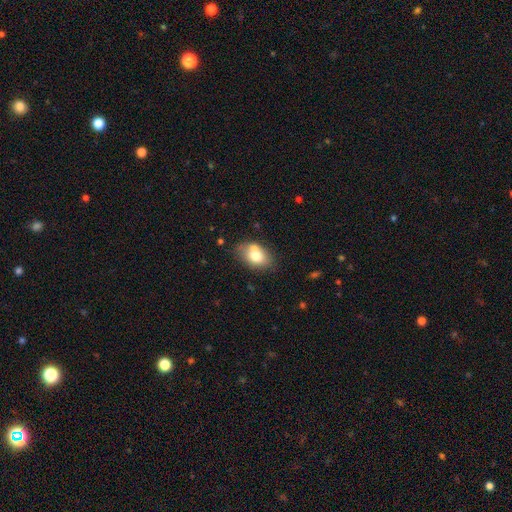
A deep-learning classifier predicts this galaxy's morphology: Smooth or featured?
  - smooth: 74% *
  - featured or disk: 18%
  - star or artifact: 9%
How rounded?
  - in between: 83% *
  - round: 15%
  - cigar-shaped: 1%
Merging?
  - none: 58% *
  - minor disturbance: 20%
  - merger: 16%
  - major disturbance: 5%